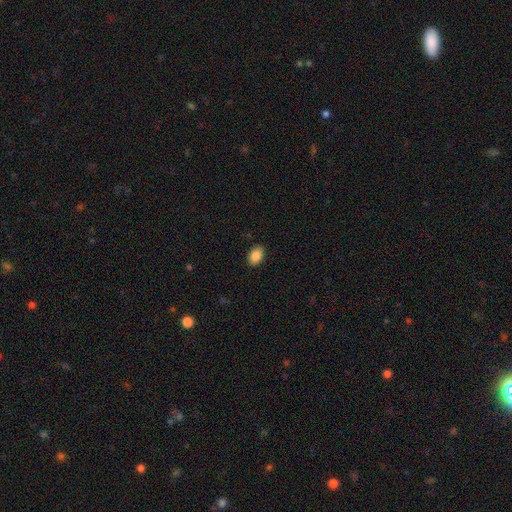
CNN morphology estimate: Smooth or featured?
  - smooth: 89% *
  - star or artifact: 8%
  - featured or disk: 4%
How rounded?
  - in between: 83% *
  - round: 16%
  - cigar-shaped: 1%
Merging?
  - none: 89% *
  - minor disturbance: 8%
  - major disturbance: 2%
  - merger: 1%